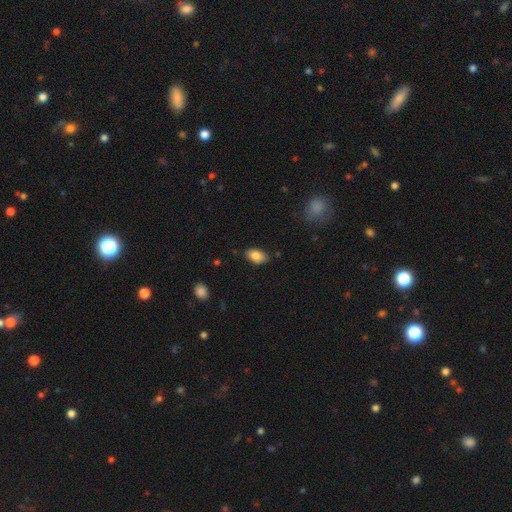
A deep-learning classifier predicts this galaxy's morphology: A smooth galaxy with no disk features (82%) that is in between round and cigar-shaped (92%).

Vote fractions:
- Smooth or featured? smooth: 82% / featured or disk: 10% / star or artifact: 8%
- How rounded? in between: 92% / round: 6% / cigar-shaped: 2%
- Merging? none: 82% / minor disturbance: 14% / major disturbance: 2% / merger: 2%